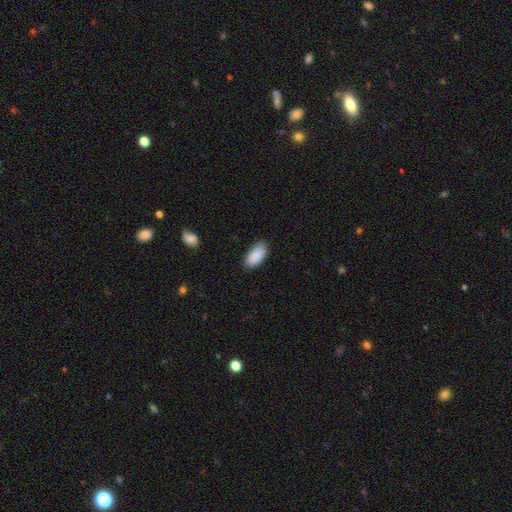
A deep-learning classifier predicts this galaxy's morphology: smooth 90%, star or artifact 6%, featured or disk 4%. Down the decision tree: how rounded — in between (94%); merging — none (82%).